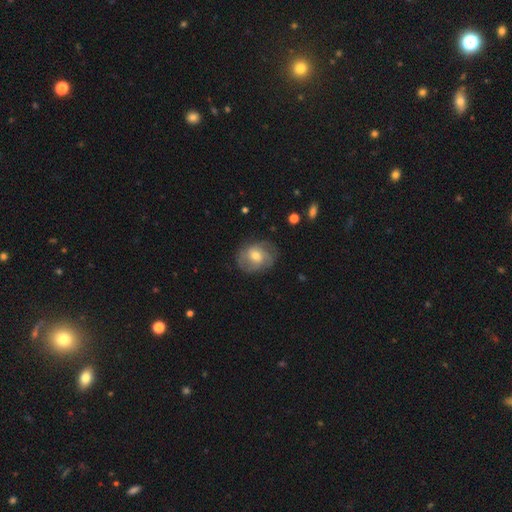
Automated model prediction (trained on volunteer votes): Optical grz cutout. It shows a featured or disk galaxy (61%) with no bar (60%), spiral arms (83%) and a moderate central bulge (65%). Merging: none (69%).